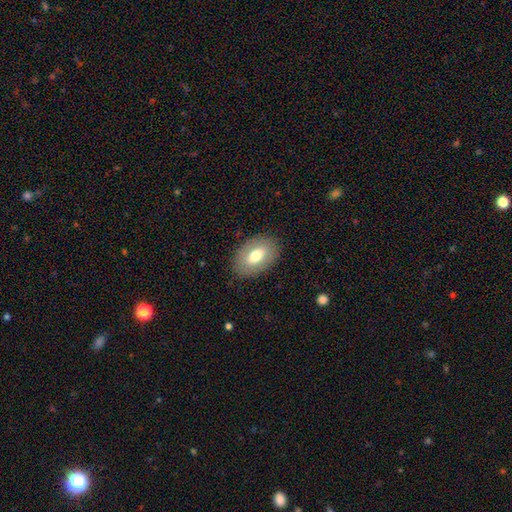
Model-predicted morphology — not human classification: A smooth galaxy with no disk features (68%) that is in between round and cigar-shaped (88%).

Vote fractions:
- Smooth or featured? smooth: 68% / featured or disk: 25% / star or artifact: 7%
- How rounded? in between: 88% / round: 11% / cigar-shaped: 1%
- Merging? none: 86% / minor disturbance: 10% / major disturbance: 3% / merger: 1%